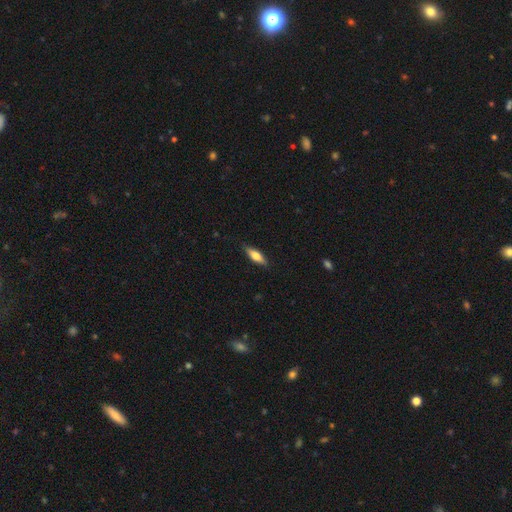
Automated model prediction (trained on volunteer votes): This appears to be a smooth galaxy with no disk features (64%) that is in between round and cigar-shaped (54%). Merging: none (86%).